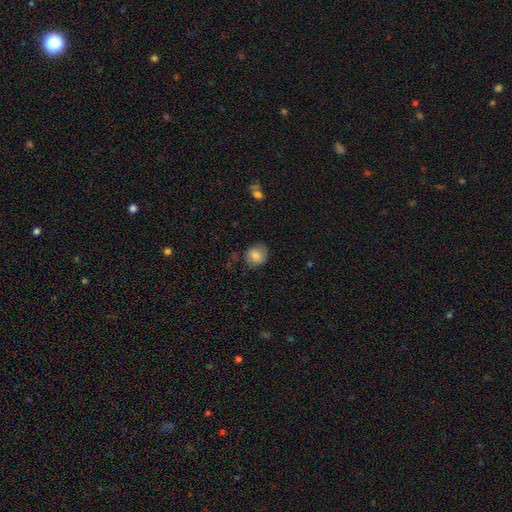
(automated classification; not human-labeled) Overall: smooth (81%). How rounded: round (78%). Merging: none (76%).